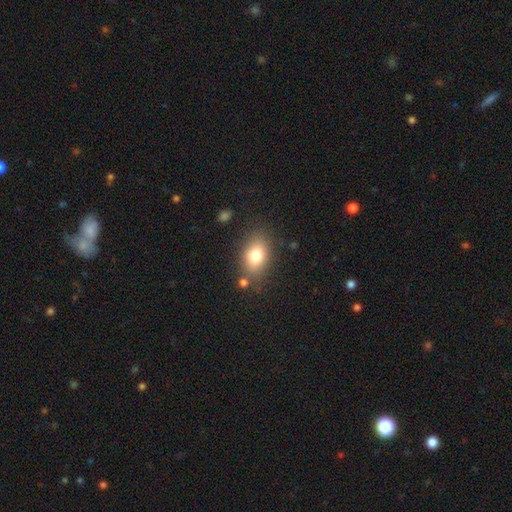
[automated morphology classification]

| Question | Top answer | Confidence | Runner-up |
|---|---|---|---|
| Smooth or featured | smooth | 78% | featured or disk (12%) |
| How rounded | in between | 80% | round (18%) |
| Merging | none | 76% | minor disturbance (14%) |